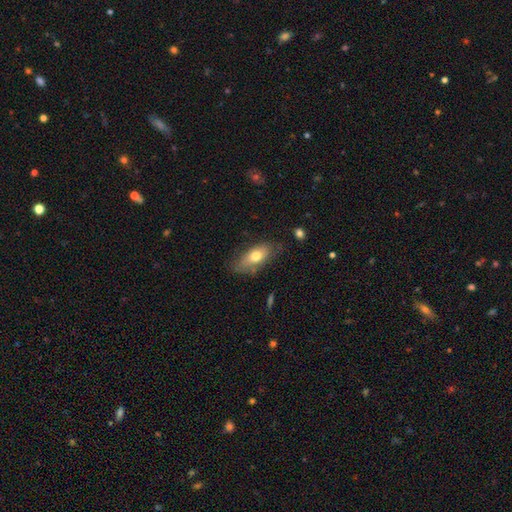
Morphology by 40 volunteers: Volunteers were most divided on "merging": none: 61%, minor disturbance: 33%, major disturbance: 6%, merger: 0%. More confident: how rounded — in between (92%); smooth or featured — smooth (60%).